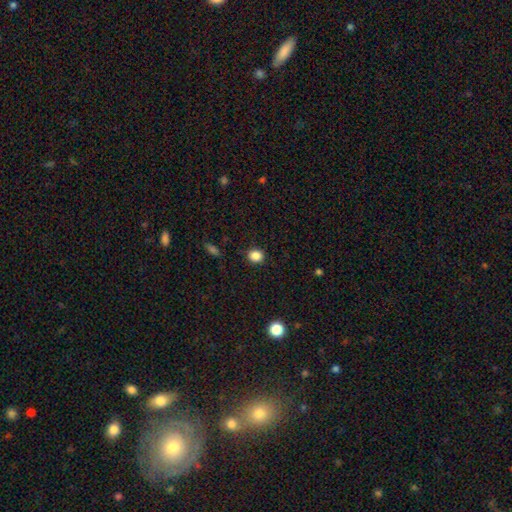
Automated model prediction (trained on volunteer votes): smooth_or_featured: smooth (p=0.86) [alt: star or artifact p=0.11]
how_rounded: round (p=0.78) [alt: in between p=0.21]
merging: none (p=0.89) [alt: minor disturbance p=0.08]